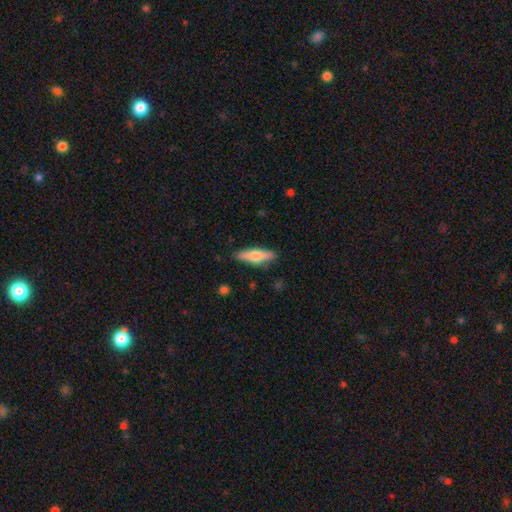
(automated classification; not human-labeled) Q: Smooth or featured?
A: smooth (57%); runner-up: featured or disk (37%)
Q: How rounded?
A: cigar-shaped (60%); runner-up: in between (38%)
Q: Merging?
A: none (85%); runner-up: minor disturbance (11%)